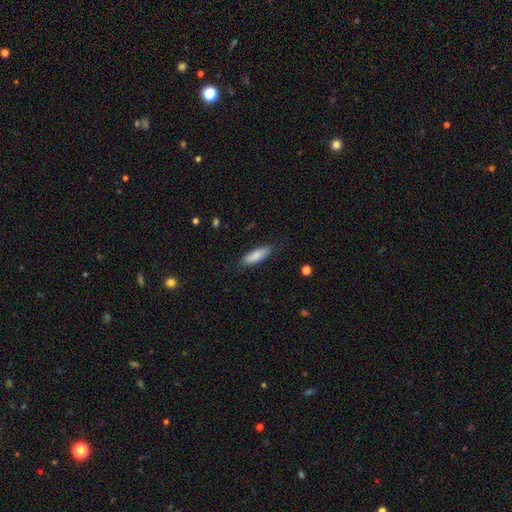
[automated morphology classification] Smooth or featured? Predicted: smooth (p=0.85). How rounded? Predicted: in between (p=0.64). Merging? Predicted: none (p=0.82).